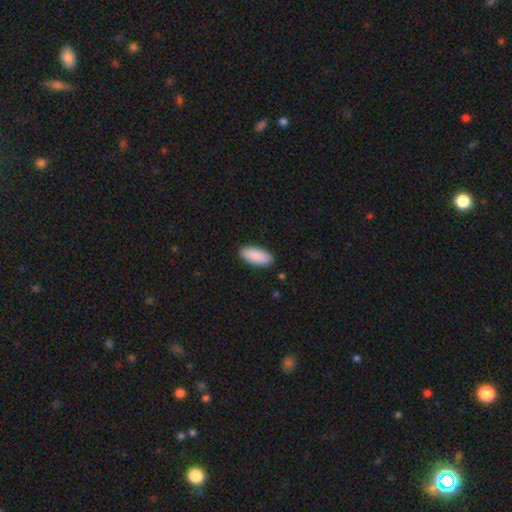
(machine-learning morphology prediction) type=smooth (91%); roundness=in between (89%); merging=none (89%).